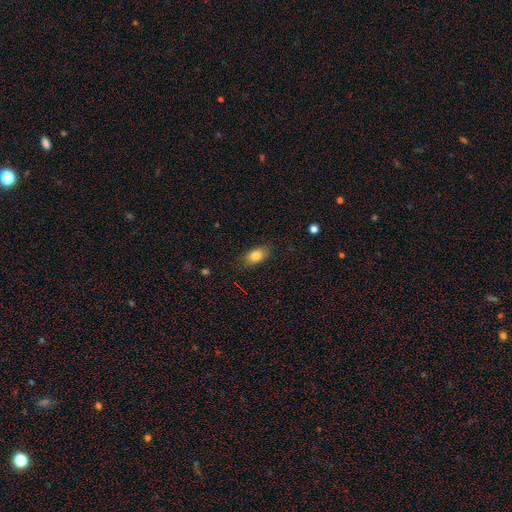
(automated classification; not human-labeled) smooth_or_featured: smooth (p=0.83) [alt: featured or disk p=0.08]
how_rounded: in between (p=0.88) [alt: round p=0.09]
merging: none (p=0.84) [alt: minor disturbance p=0.12]